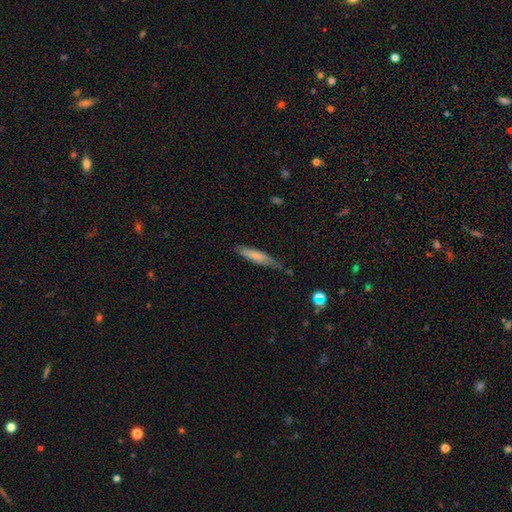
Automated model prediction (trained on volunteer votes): A smooth galaxy with no disk features (72%) that is cigar-shaped (85%). Merging: none (67%).